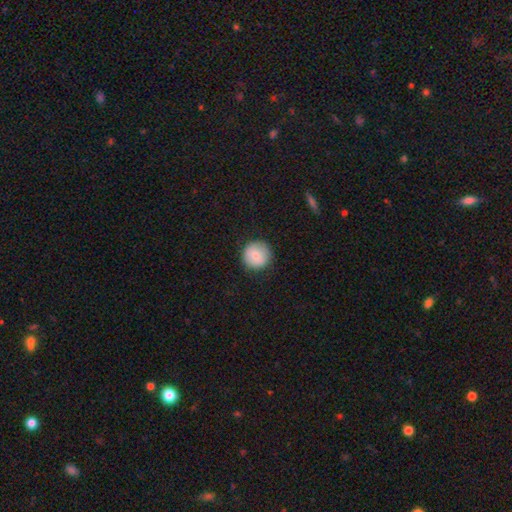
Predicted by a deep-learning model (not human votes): A smooth galaxy with no disk features (80%) that is round (96%).

Vote fractions:
- Smooth or featured? smooth: 80% / featured or disk: 12% / star or artifact: 8%
- How rounded? round: 96% / in between: 4% / cigar-shaped: 1%
- Merging? none: 88% / minor disturbance: 9% / major disturbance: 2% / merger: 1%